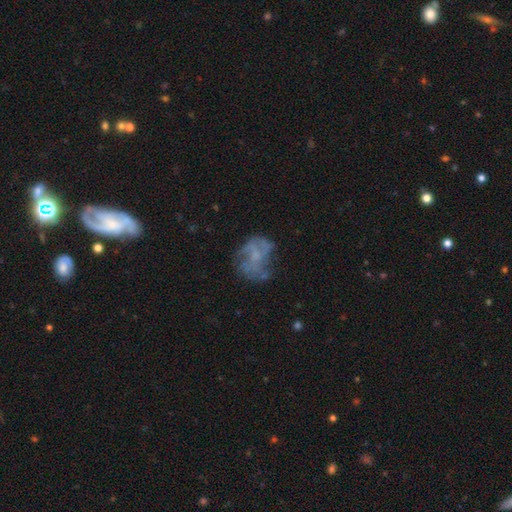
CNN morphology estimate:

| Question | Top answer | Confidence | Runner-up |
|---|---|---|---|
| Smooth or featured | featured or disk | 62% | smooth (26%) |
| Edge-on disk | no | 98% | yes (2%) |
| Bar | no | 73% | weak (23%) |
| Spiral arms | yes | 54% | no (46%) |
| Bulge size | small | 41% | none (34%) |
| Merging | none | 50% | major disturbance (24%) |